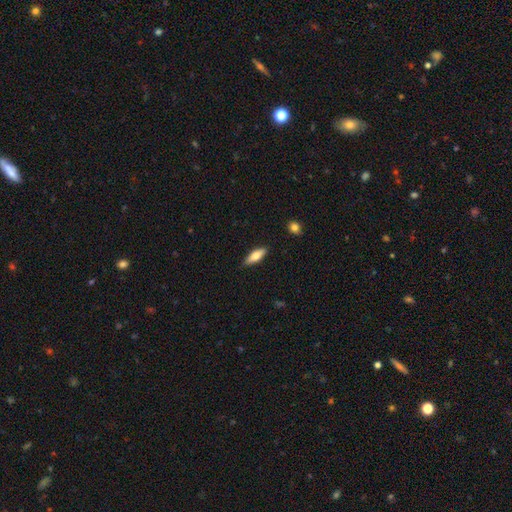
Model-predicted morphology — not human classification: smooth-or-featured: smooth: 67% | featured or disk: 27% | star or artifact: 6%
  how-rounded: in between: 53% | cigar-shaped: 45% | round: 2%
  merging: none: 86% | minor disturbance: 10% | major disturbance: 2% | merger: 1%